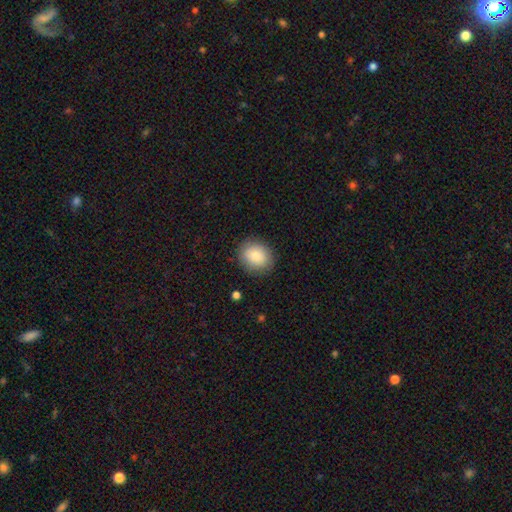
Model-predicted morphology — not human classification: This appears to be a smooth galaxy with no disk features (83%) that is round (66%). Merging: none (86%).